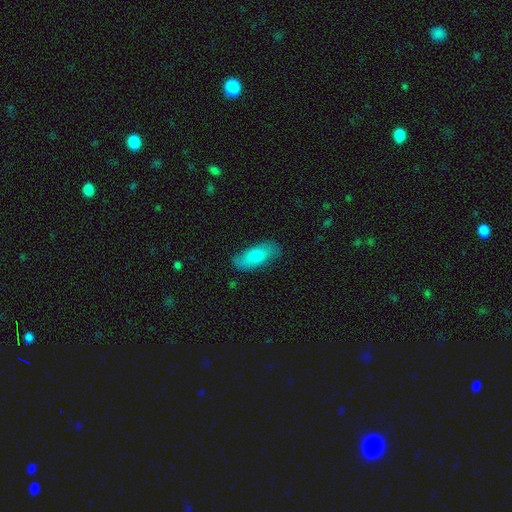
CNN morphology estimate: Q: Smooth or featured?
A: smooth (70%); runner-up: featured or disk (24%)
Q: How rounded?
A: in between (79%); runner-up: cigar-shaped (18%)
Q: Merging?
A: none (81%); runner-up: minor disturbance (15%)